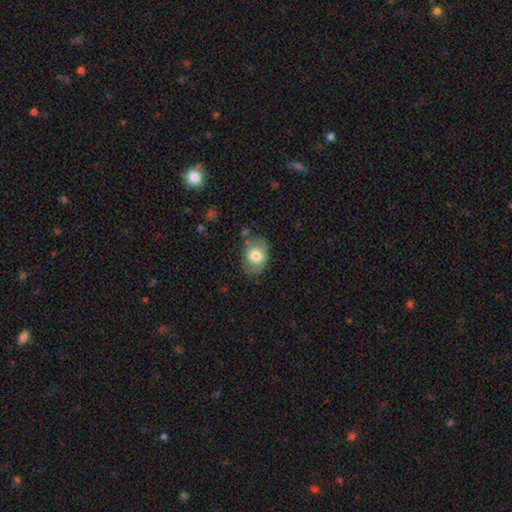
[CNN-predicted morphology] The model was most divided on "how rounded": in between: 68%, round: 31%, cigar-shaped: 1%. More confident: smooth or featured — smooth (76%); merging — none (69%).